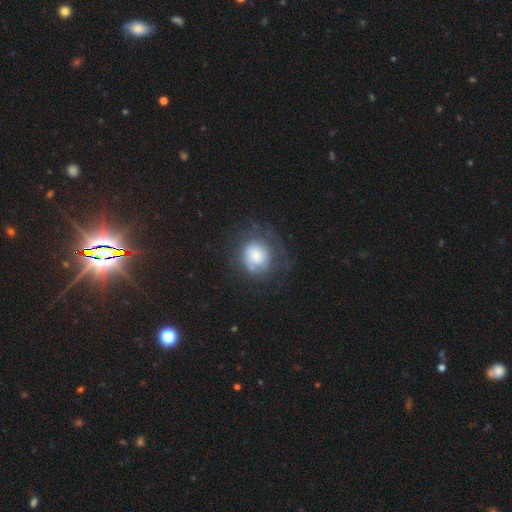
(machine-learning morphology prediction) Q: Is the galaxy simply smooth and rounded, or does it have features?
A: smooth — 56%.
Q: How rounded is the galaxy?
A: round — 81%.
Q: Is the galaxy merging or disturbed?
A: none — 51%.